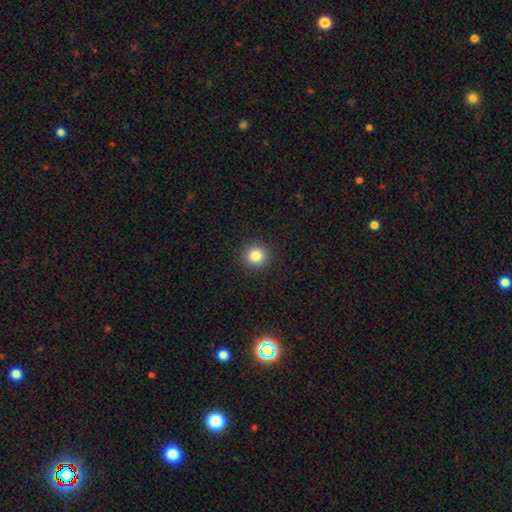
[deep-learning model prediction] A smooth galaxy with no disk features (83%) that is round (94%). Merging: none (92%).